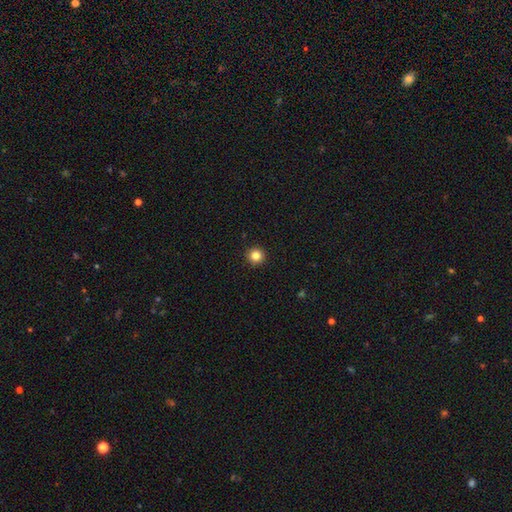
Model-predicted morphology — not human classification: A smooth galaxy with no disk features (83%) that is round (96%). Merging: none (93%).